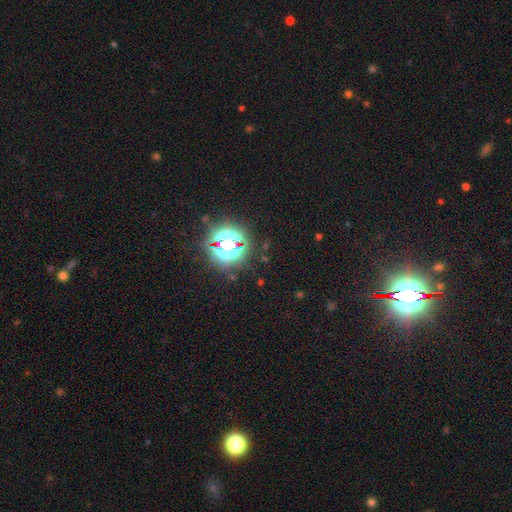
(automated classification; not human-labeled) A star or artifact, not a galaxy (83%).